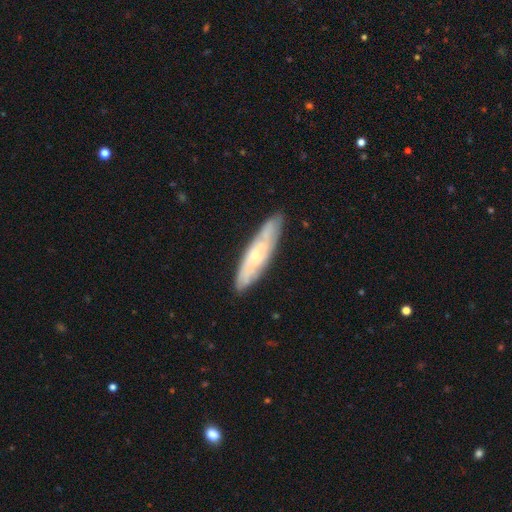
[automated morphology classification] Q: Smooth or featured?
A: featured or disk (57%); runner-up: smooth (37%)
Q: Edge-on disk?
A: no (56%); runner-up: yes (44%)
Q: Merging?
A: none (81%); runner-up: minor disturbance (15%)